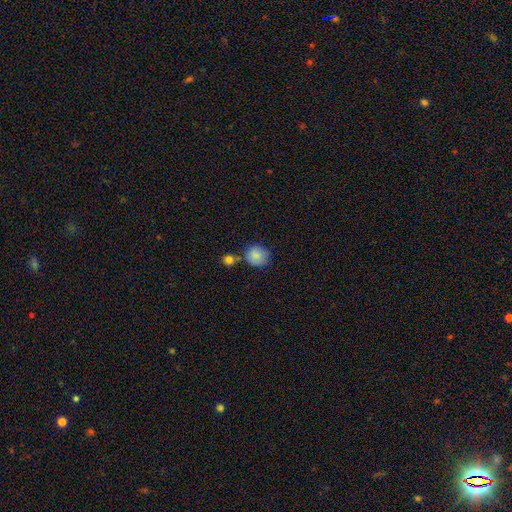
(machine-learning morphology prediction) type=smooth (84%); roundness=round (80%); merging=none (67%).